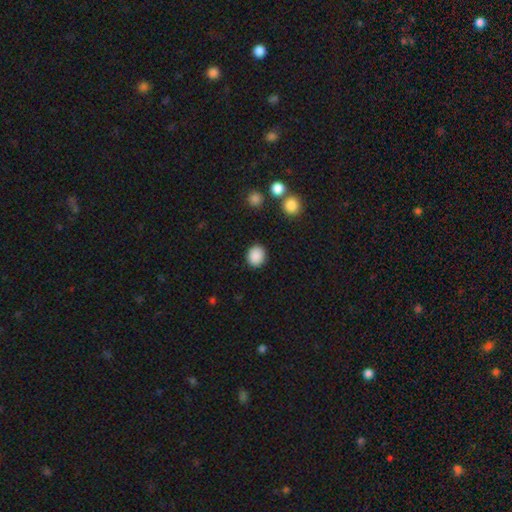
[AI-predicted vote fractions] Morphology: type=smooth (89%); roundness=round (70%); merging=none (89%).